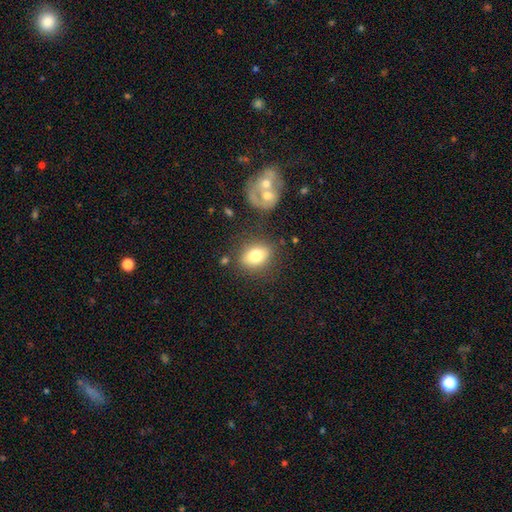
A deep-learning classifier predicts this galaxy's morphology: smooth 77%, featured or disk 14%, star or artifact 9%. Down the decision tree: how rounded — in between (64%); merging — none (77%).